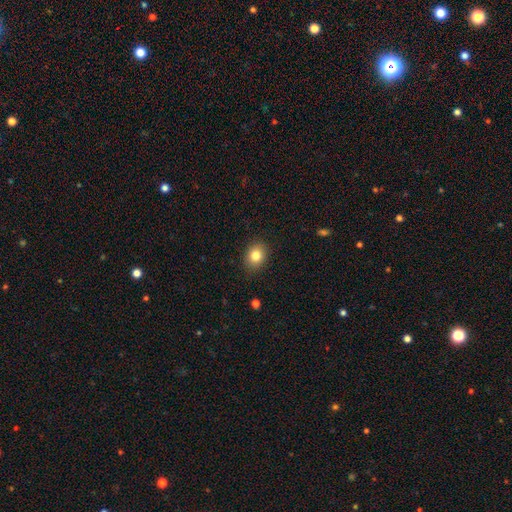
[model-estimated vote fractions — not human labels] Smooth or featured?
  - smooth: 82% *
  - star or artifact: 10%
  - featured or disk: 8%
How rounded?
  - in between: 50% *
  - round: 49%
  - cigar-shaped: 1%
Merging?
  - none: 87% *
  - minor disturbance: 10%
  - major disturbance: 2%
  - merger: 1%